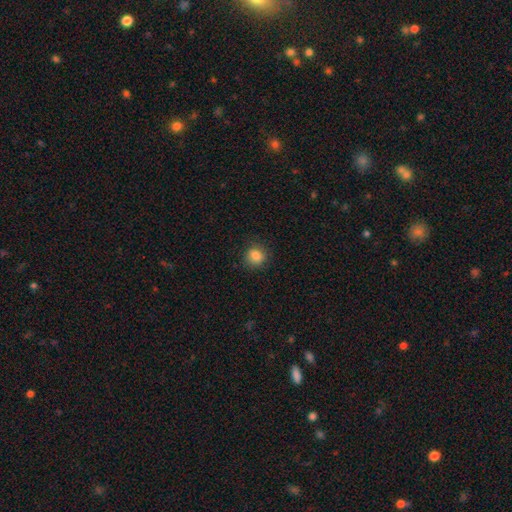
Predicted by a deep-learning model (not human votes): A smooth galaxy with no disk features (84%) that is round (76%).

Vote fractions:
- Smooth or featured? smooth: 84% / star or artifact: 10% / featured or disk: 6%
- How rounded? round: 76% / in between: 23% / cigar-shaped: 1%
- Merging? none: 82% / minor disturbance: 13% / major disturbance: 4% / merger: 1%